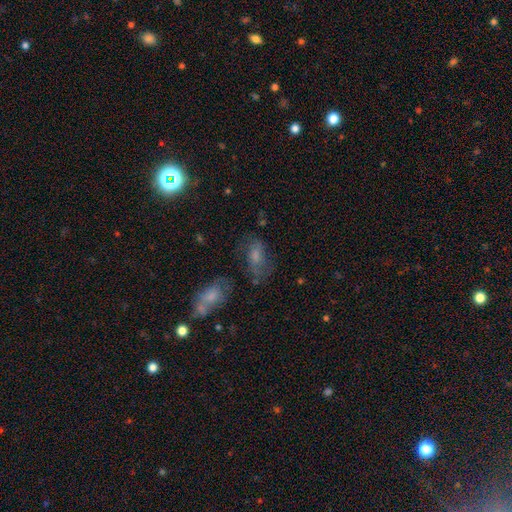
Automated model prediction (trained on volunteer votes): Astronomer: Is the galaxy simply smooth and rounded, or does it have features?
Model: smooth — 40% (runner-up: featured or disk, 34%).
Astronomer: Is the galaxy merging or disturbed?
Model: none — 57%.